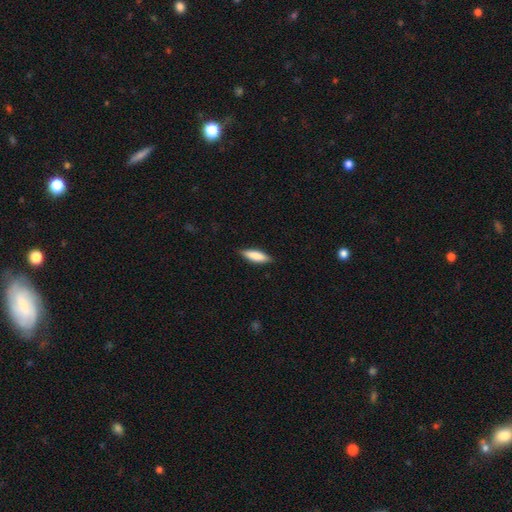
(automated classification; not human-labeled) smooth_or_featured: smooth (p=0.81) [alt: featured or disk p=0.13]
how_rounded: cigar-shaped (p=0.54) [alt: in between p=0.45]
merging: none (p=0.86) [alt: minor disturbance p=0.11]